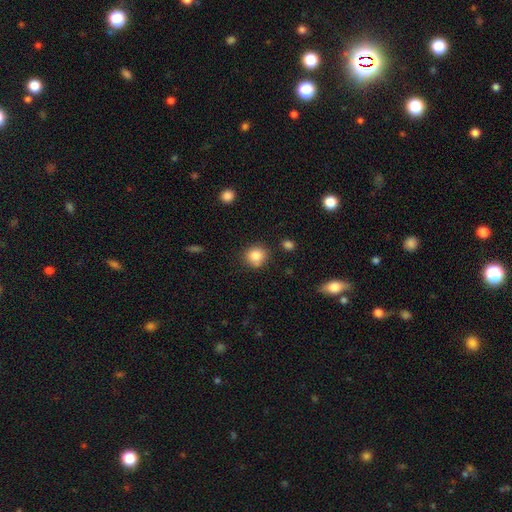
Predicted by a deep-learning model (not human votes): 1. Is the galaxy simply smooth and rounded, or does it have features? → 84% smooth, 10% star or artifact, 6% featured or disk.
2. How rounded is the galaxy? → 86% round, 13% in between, 1% cigar-shaped.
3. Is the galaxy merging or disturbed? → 78% none, 13% minor disturbance, 6% merger, 3% major disturbance.